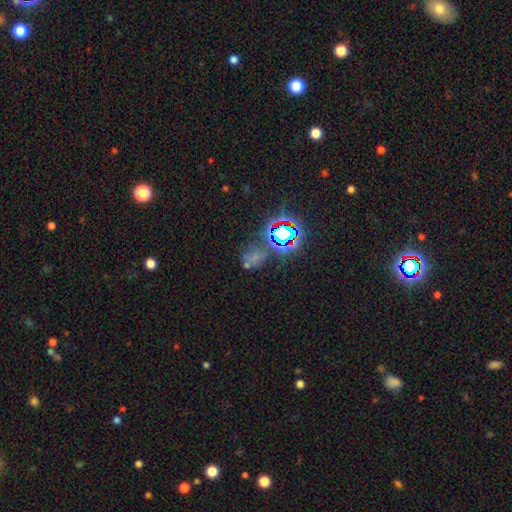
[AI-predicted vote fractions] star or artifact 49%, smooth 36%, featured or disk 14%.